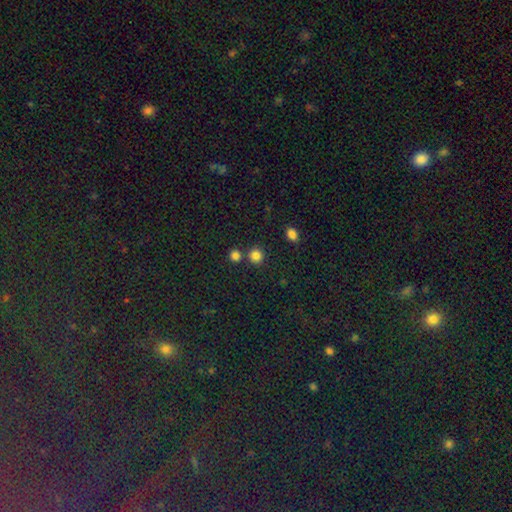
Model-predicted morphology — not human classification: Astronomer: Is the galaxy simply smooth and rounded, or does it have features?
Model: smooth — 82%.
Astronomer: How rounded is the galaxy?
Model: round — 90%.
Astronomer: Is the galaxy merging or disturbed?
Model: none — 76%.